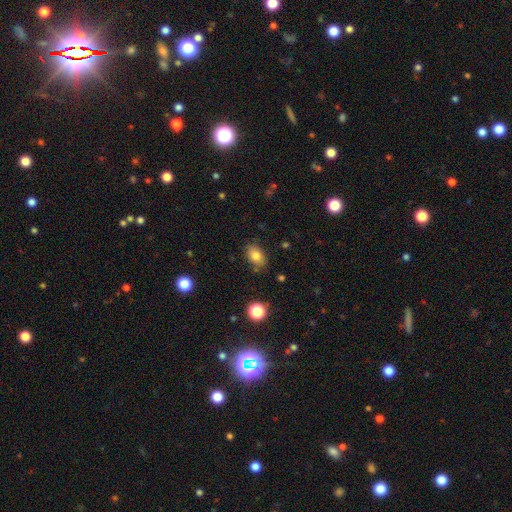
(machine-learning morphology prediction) smooth-or-featured: smooth: 81% | star or artifact: 10% | featured or disk: 9%
  how-rounded: in between: 84% | round: 14% | cigar-shaped: 2%
  merging: none: 80% | minor disturbance: 14% | major disturbance: 3% | merger: 3%